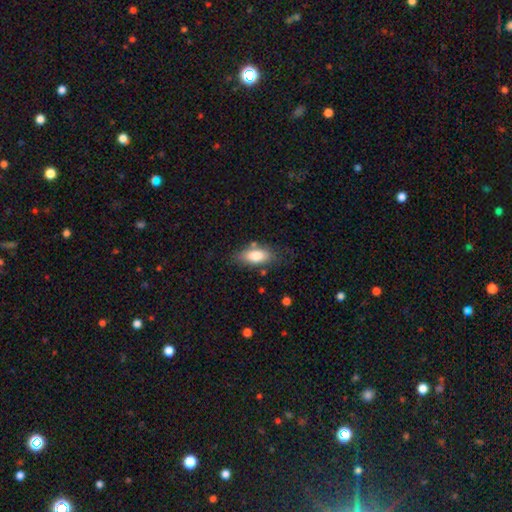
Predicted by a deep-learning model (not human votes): Morphology: type=smooth (80%); roundness=in between (85%); merging=none (70%).